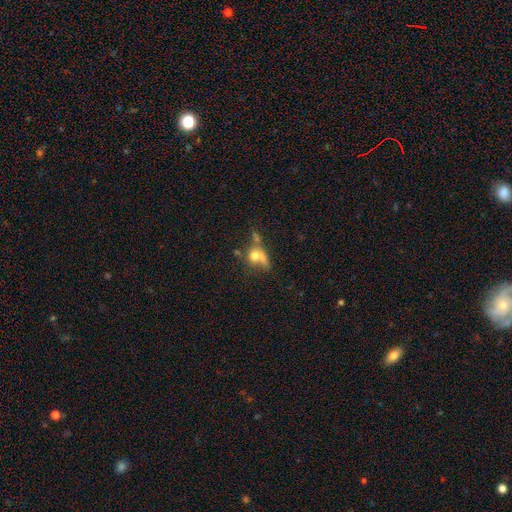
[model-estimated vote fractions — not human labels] Smooth or featured: smooth — 61% (featured or disk — 25%)
How rounded: round — 60% (in between — 35%)
Merging: merger — 38% (none — 28%)